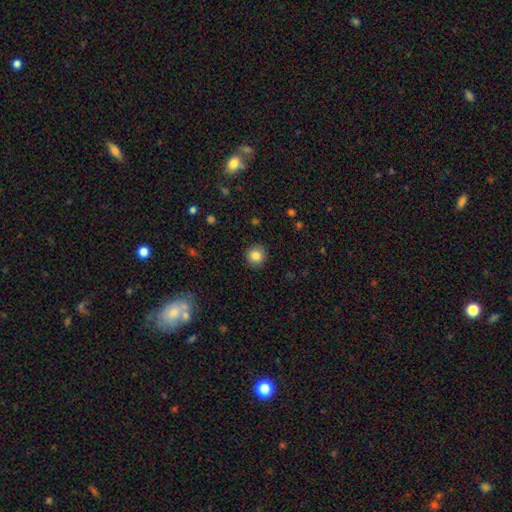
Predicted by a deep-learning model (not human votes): A smooth galaxy with no disk features (84%) that is round (93%). Merging: none (92%).